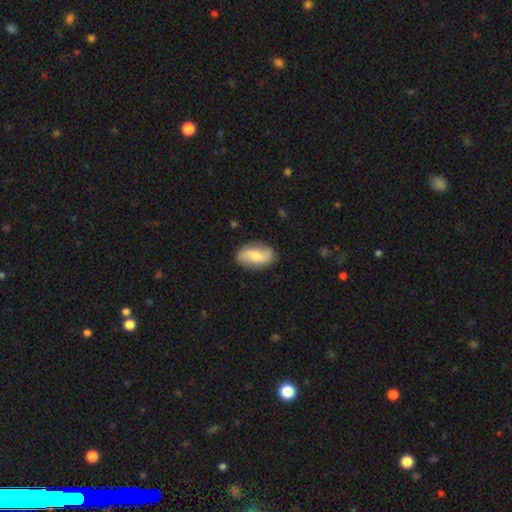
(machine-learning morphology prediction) Smooth or featured: smooth — 48% (featured or disk — 45%)
Merging: none — 82% (minor disturbance — 13%)